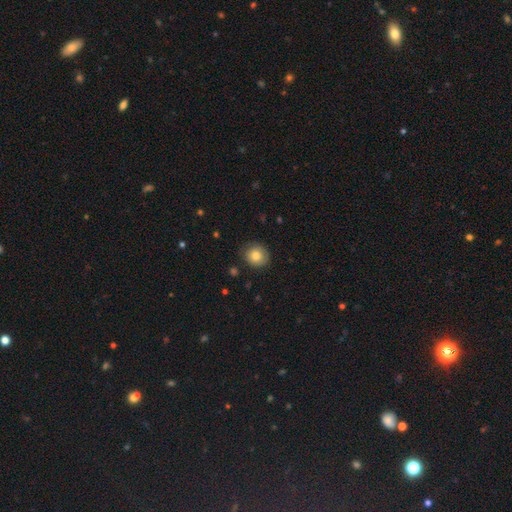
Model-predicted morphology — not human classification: Overall: smooth (81%). How rounded: round (82%). Merging: none (85%).